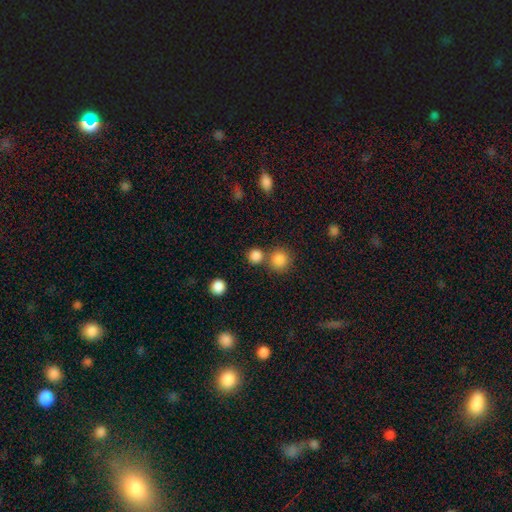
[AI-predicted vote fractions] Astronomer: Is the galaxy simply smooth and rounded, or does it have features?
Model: smooth — 83%.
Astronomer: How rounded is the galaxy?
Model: round — 89%.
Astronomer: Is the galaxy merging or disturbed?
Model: none — 65%.